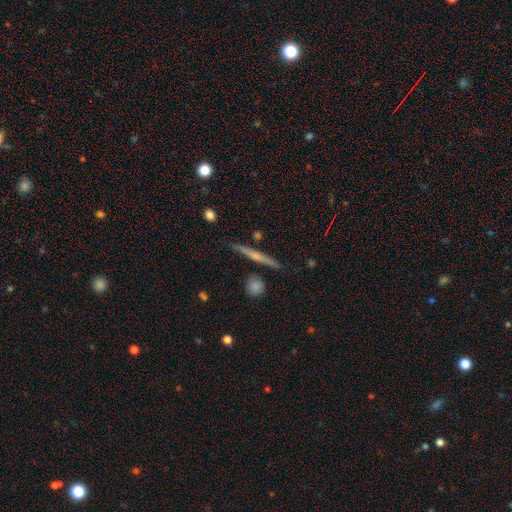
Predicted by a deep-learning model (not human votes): Smooth or featured? featured or disk (63%)
Edge-on disk? yes (97%)
Edge-on bulge? rounded (51%)
Merging? none (88%)